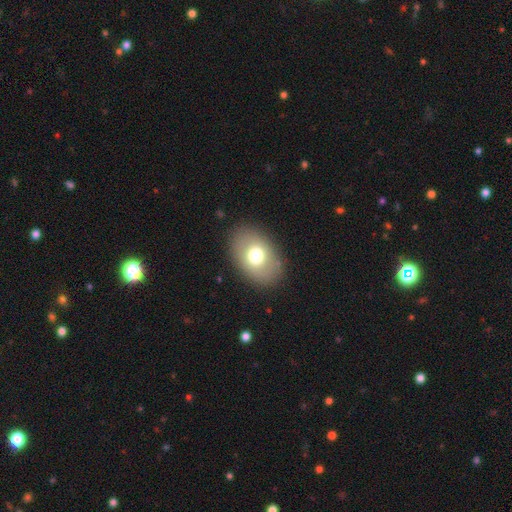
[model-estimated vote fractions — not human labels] Morphology: type=smooth (69%); roundness=in between (82%); merging=none (86%).